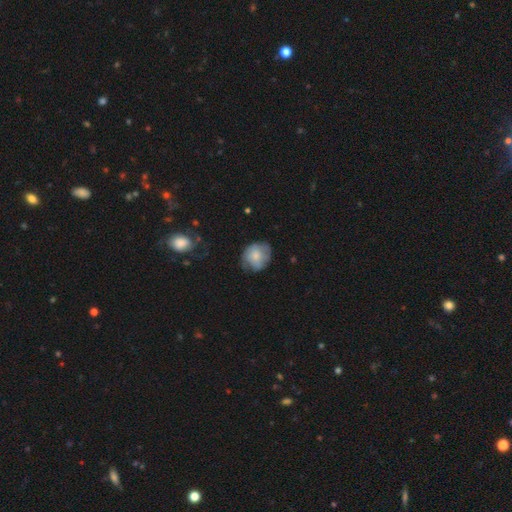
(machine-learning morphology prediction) A smooth galaxy with no disk features (64%) that is round (66%). Merging: none (60%).